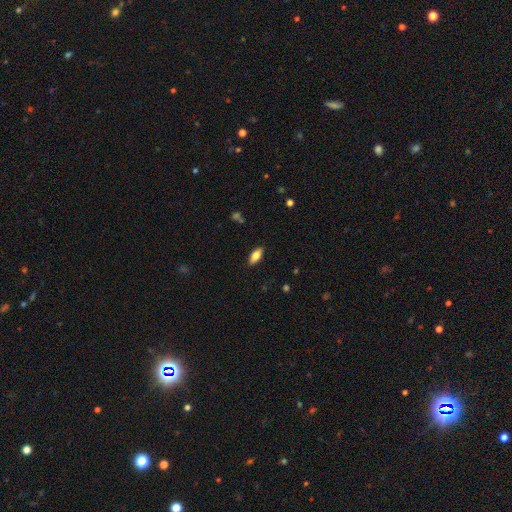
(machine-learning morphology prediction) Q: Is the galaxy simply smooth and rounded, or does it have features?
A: smooth — 77%.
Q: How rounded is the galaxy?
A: in between — 85%.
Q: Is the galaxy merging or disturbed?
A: none — 87%.